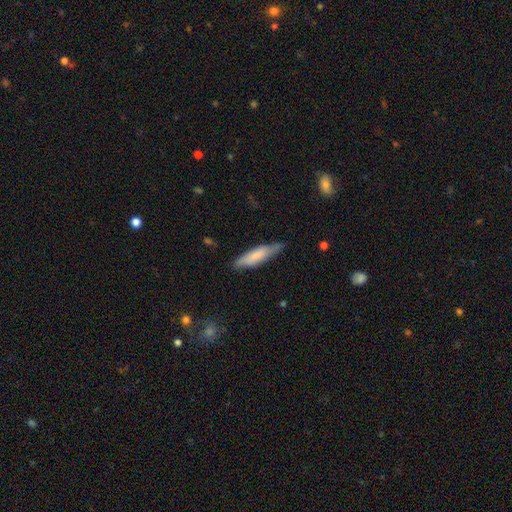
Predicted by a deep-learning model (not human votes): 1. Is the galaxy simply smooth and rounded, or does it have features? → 70% smooth, 25% featured or disk, 5% star or artifact.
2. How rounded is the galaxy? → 75% cigar-shaped, 23% in between, 1% round.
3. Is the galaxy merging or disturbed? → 76% none, 19% minor disturbance, 3% major disturbance, 1% merger.